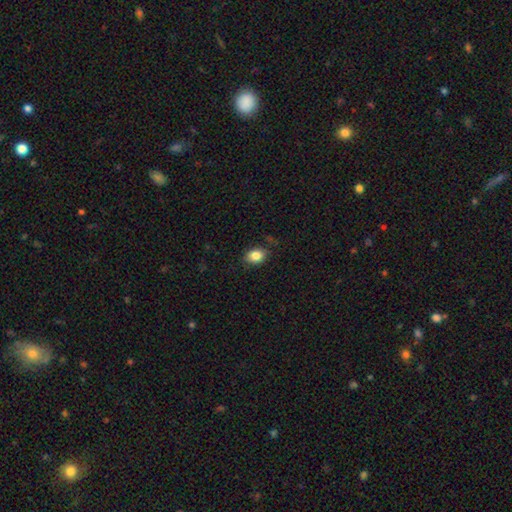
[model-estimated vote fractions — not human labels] Overall: smooth (83%). How rounded: in between (68%; round 31%). Merging: none (79%).